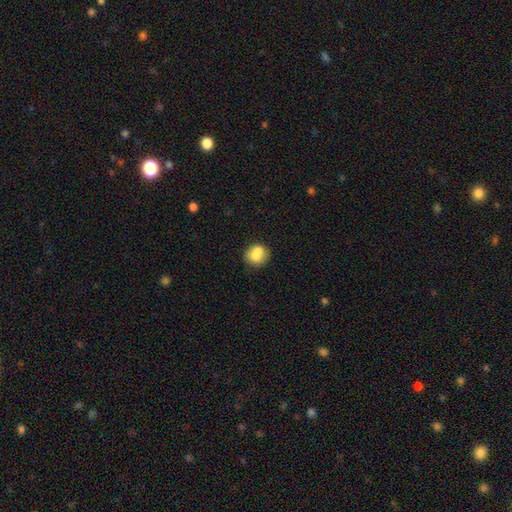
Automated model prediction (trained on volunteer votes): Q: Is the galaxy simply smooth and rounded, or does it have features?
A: smooth — 74%.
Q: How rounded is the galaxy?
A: round — 71%.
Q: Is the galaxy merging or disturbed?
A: none — 50%.